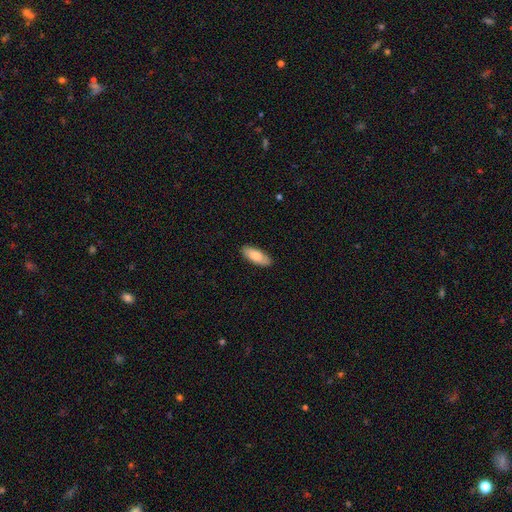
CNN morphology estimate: This appears to be a smooth galaxy with no disk features (79%) that is in between round and cigar-shaped (81%). Merging: none (88%).